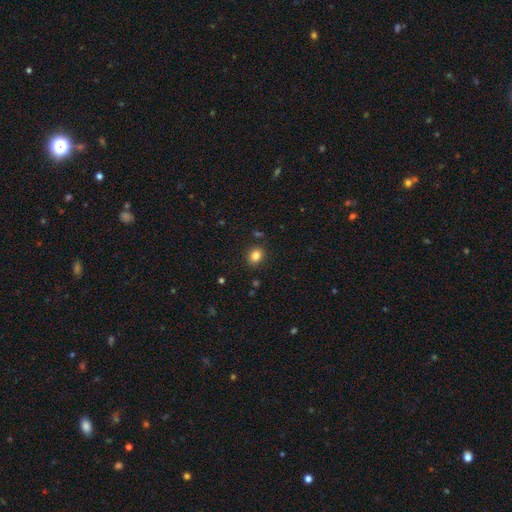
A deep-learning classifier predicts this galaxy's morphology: Overall: smooth (83%). How rounded: round (53%; in between 46%). Merging: none (87%).